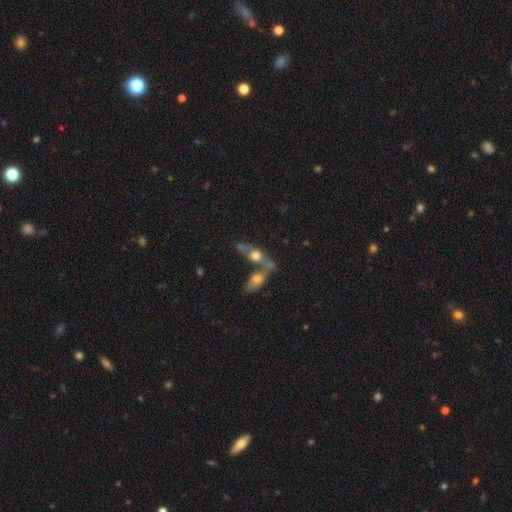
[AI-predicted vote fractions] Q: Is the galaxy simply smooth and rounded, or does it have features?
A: smooth — 48%.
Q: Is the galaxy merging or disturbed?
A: merger — 59%.